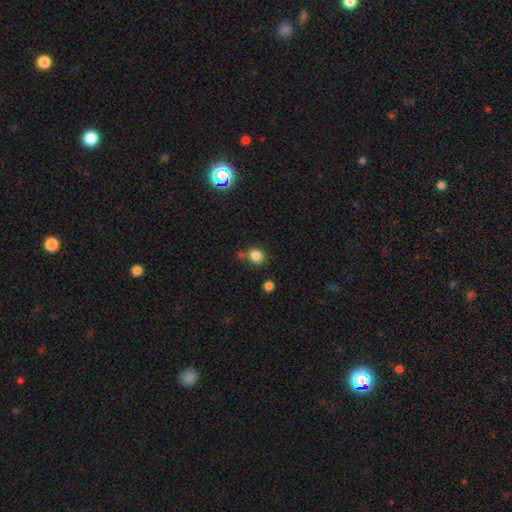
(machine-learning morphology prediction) A smooth galaxy with no disk features (84%) that is round (82%).

Vote fractions:
- Smooth or featured? smooth: 84% / star or artifact: 12% / featured or disk: 5%
- How rounded? round: 82% / in between: 17% / cigar-shaped: 1%
- Merging? none: 71% / minor disturbance: 13% / merger: 12% / major disturbance: 4%